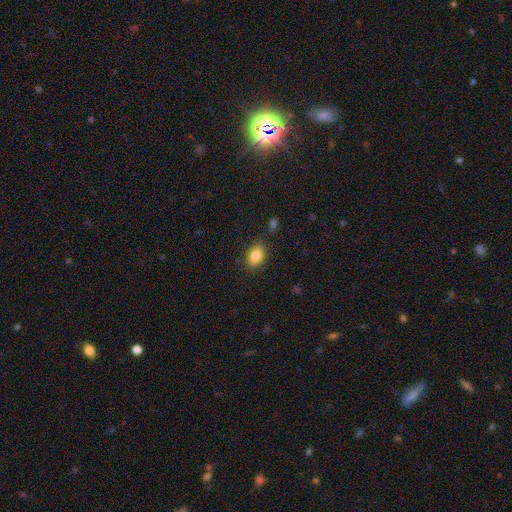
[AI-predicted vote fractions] Q: Smooth or featured?
A: smooth (84%); runner-up: star or artifact (8%)
Q: How rounded?
A: in between (84%); runner-up: round (14%)
Q: Merging?
A: none (84%); runner-up: minor disturbance (11%)